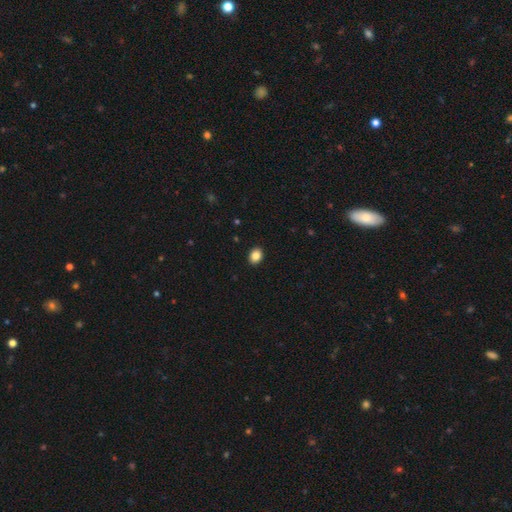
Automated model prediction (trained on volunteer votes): Smooth or featured? Predicted: smooth (p=0.86). How rounded? Predicted: in between (p=0.56). Merging? Predicted: none (p=0.91).